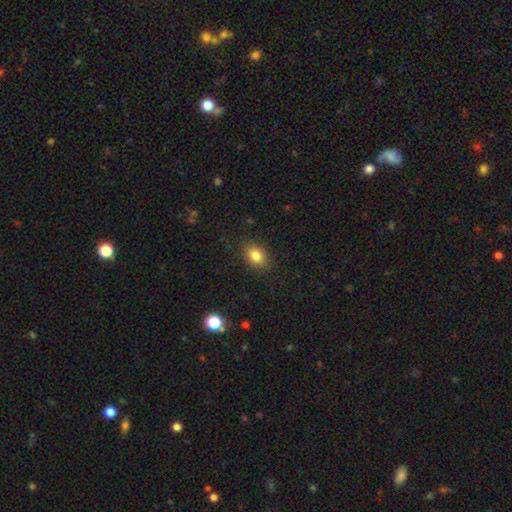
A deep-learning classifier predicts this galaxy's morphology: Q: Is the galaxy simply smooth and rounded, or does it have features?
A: smooth — 84%.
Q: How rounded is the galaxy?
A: in between — 71%.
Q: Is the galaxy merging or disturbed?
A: none — 86%.